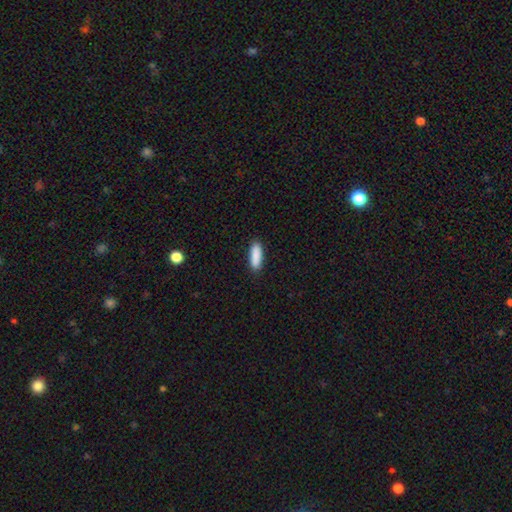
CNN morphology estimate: A smooth galaxy with no disk features (90%) that is in between round and cigar-shaped (55%). Merging: none (89%).